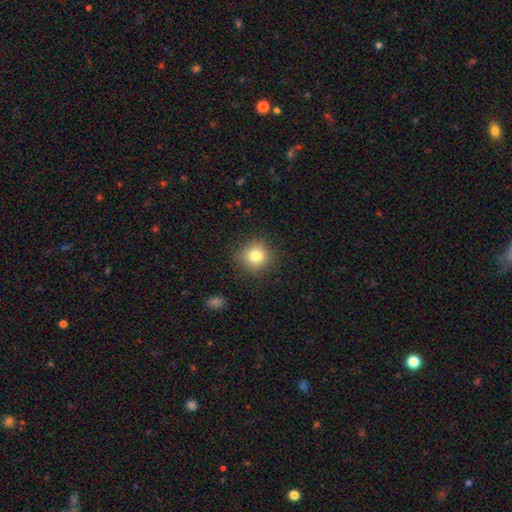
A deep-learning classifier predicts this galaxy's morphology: This is clearly a smooth galaxy (80%). How rounded: clearly round (88%). Merging: clearly none (88%).